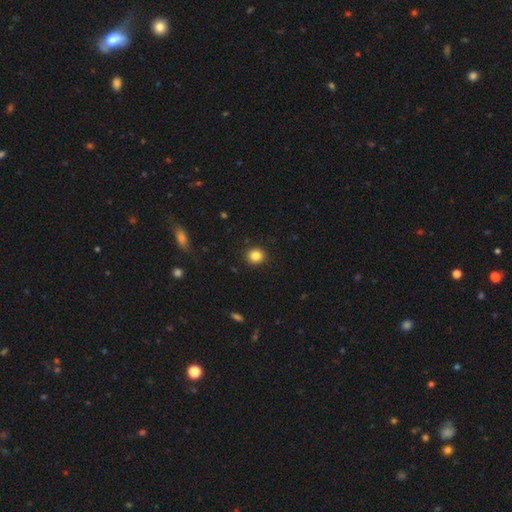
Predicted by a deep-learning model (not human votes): Q: Smooth or featured?
A: smooth (85%); runner-up: star or artifact (11%)
Q: How rounded?
A: round (87%); runner-up: in between (12%)
Q: Merging?
A: none (92%); runner-up: minor disturbance (6%)